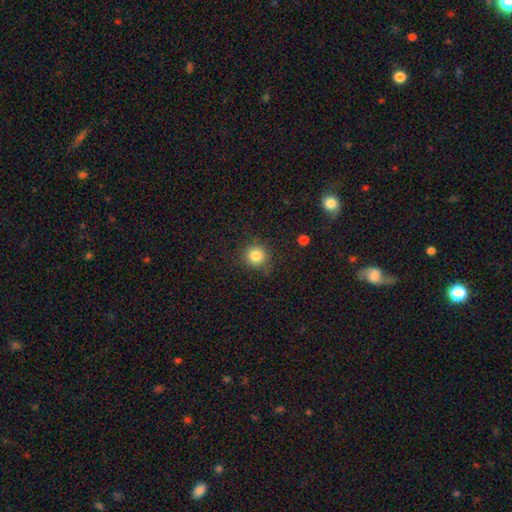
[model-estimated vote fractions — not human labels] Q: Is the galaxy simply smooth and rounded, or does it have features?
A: smooth — 83%.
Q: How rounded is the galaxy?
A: round — 91%.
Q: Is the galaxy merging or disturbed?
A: none — 82%.